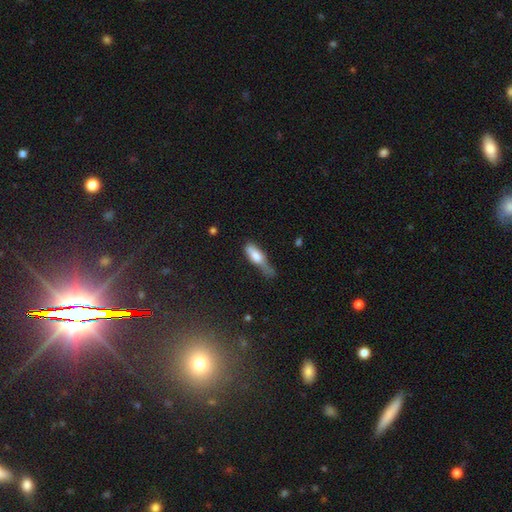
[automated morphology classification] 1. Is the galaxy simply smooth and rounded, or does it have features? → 70% smooth, 22% featured or disk, 8% star or artifact.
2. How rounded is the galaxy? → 51% in between, 46% cigar-shaped, 3% round.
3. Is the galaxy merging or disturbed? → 39% minor disturbance, 30% major disturbance, 24% none, 7% merger.